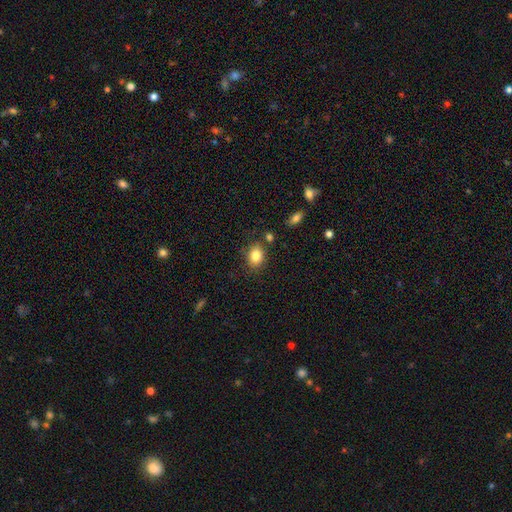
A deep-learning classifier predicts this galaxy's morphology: A smooth galaxy with no disk features (83%) that is in between round and cigar-shaped (55%). Merging: none (78%).